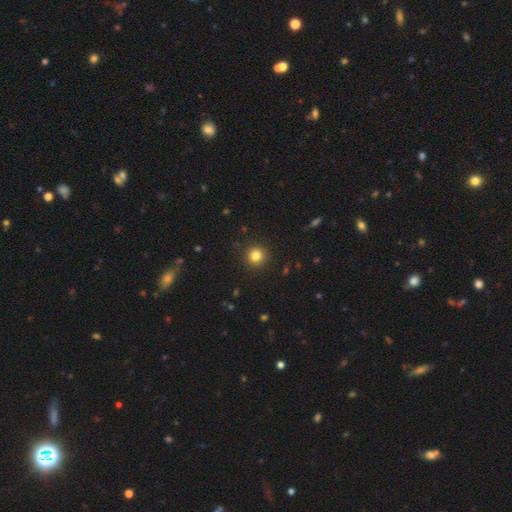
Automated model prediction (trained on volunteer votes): Smooth or featured?
  - smooth: 82% *
  - star or artifact: 12%
  - featured or disk: 5%
How rounded?
  - round: 95% *
  - in between: 4%
  - cigar-shaped: 1%
Merging?
  - none: 92% *
  - minor disturbance: 5%
  - major disturbance: 2%
  - merger: 1%